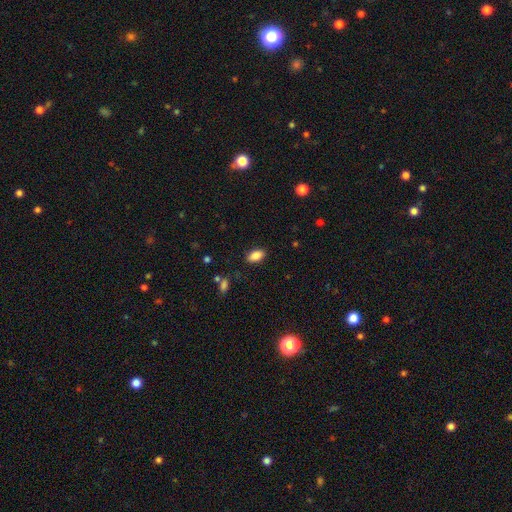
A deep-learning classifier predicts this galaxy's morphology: Overall: smooth (87%). How rounded: in between (92%). Merging: none (87%).